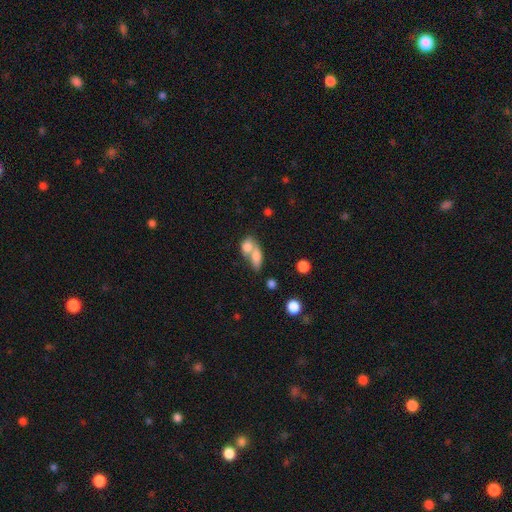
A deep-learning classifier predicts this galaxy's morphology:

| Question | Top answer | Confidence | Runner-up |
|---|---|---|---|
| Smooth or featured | smooth | 76% | featured or disk (16%) |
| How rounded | in between | 74% | round (17%) |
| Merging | merger | 67% | none (22%) |